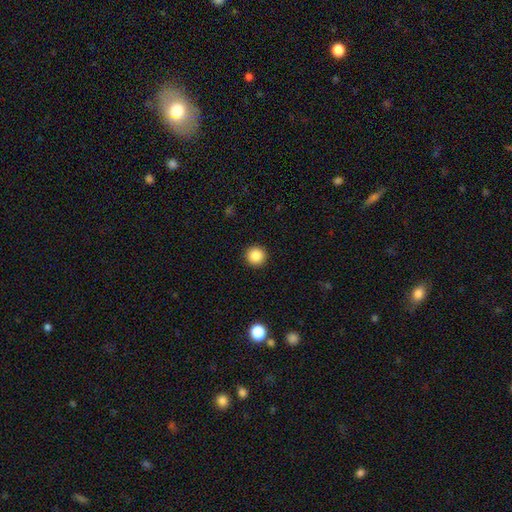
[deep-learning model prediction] smooth 87%, star or artifact 10%, featured or disk 3%. Down the decision tree: how rounded — round (95%); merging — none (93%).